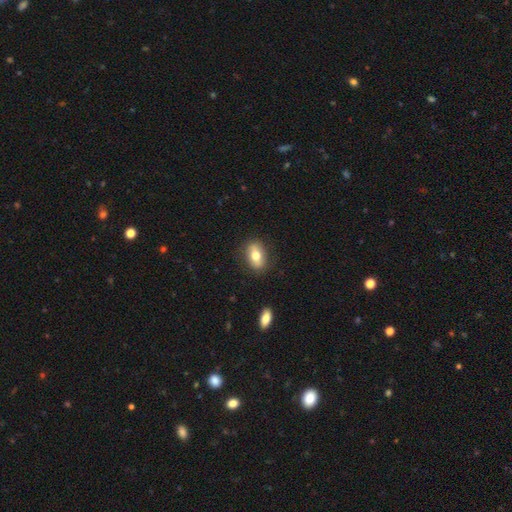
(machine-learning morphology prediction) The model was most divided on "smooth or featured": smooth: 68%, featured or disk: 24%, star or artifact: 7%. More confident: merging — none (85%); how rounded — in between (83%).